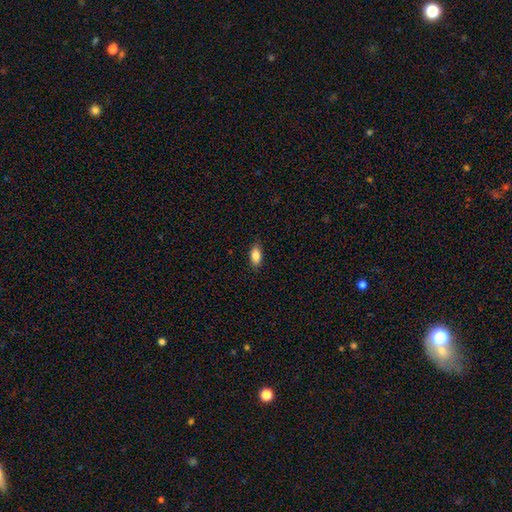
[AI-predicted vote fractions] Smooth or featured: smooth — 86% (star or artifact — 7%)
How rounded: in between — 87% (cigar-shaped — 10%)
Merging: none — 87% (minor disturbance — 10%)